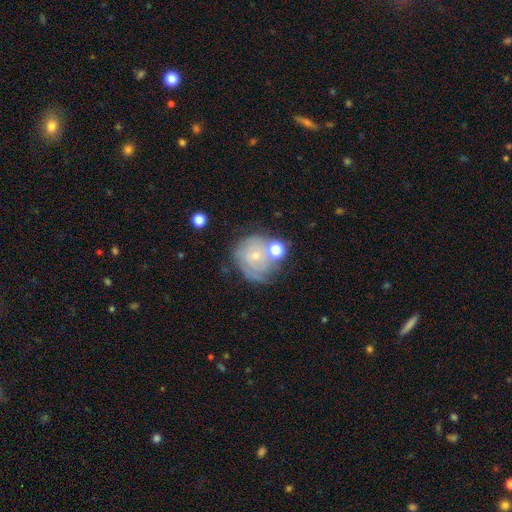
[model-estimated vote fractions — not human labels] A featured or disk galaxy (61%) with no bar (79%), spiral arms (80%) and a small central bulge (74%).

Vote fractions:
- Smooth or featured? featured or disk: 61% / smooth: 28% / star or artifact: 10%
- Edge-on disk? no: 97% / yes: 3%
- Bar? no: 79% / weak: 18% / strong: 3%
- Spiral arms? yes: 80% / no: 20%
- Bulge size? small: 74% / moderate: 20% / none: 3% / large: 1% / dominant: 1%
- Merging? none: 54% / minor disturbance: 20% / merger: 14% / major disturbance: 12%